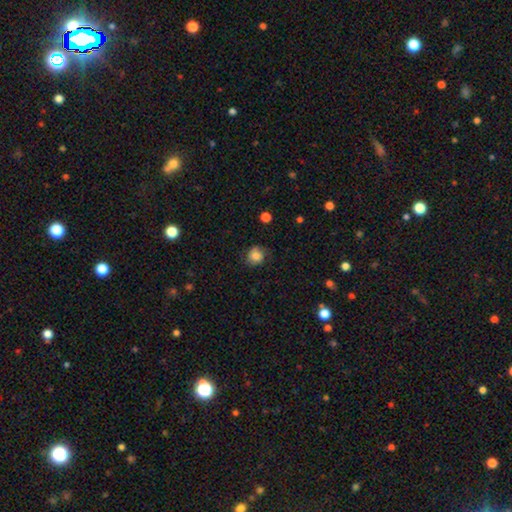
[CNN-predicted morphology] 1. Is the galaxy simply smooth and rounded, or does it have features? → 78% smooth, 12% featured or disk, 10% star or artifact.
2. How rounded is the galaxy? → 80% round, 19% in between, 1% cigar-shaped.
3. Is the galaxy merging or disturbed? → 72% none, 21% minor disturbance, 6% major disturbance, 1% merger.